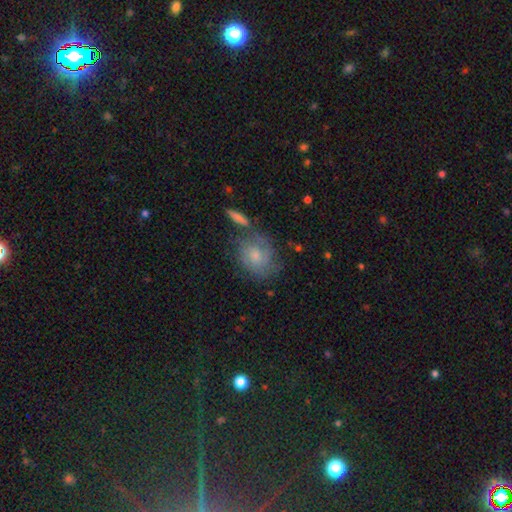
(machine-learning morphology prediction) smooth_or_featured: featured or disk (p=0.50) [alt: smooth p=0.41]
disk_edge_on: no (p=0.95) [alt: yes p=0.05]
merging: none (p=0.54) [alt: minor disturbance p=0.21]